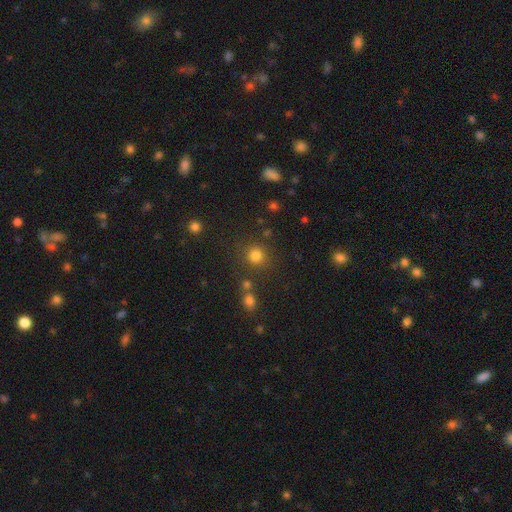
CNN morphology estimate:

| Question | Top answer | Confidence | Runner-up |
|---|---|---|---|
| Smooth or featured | smooth | 80% | star or artifact (15%) |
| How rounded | round | 90% | in between (9%) |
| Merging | none | 80% | minor disturbance (8%) |